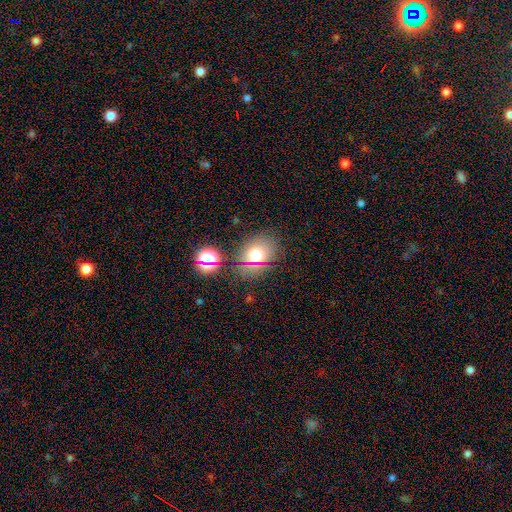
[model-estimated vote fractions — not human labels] Smooth or featured?
  - smooth: 66% *
  - star or artifact: 21%
  - featured or disk: 12%
How rounded?
  - in between: 50% *
  - round: 49%
  - cigar-shaped: 1%
Merging?
  - none: 76% *
  - minor disturbance: 13%
  - merger: 6%
  - major disturbance: 5%